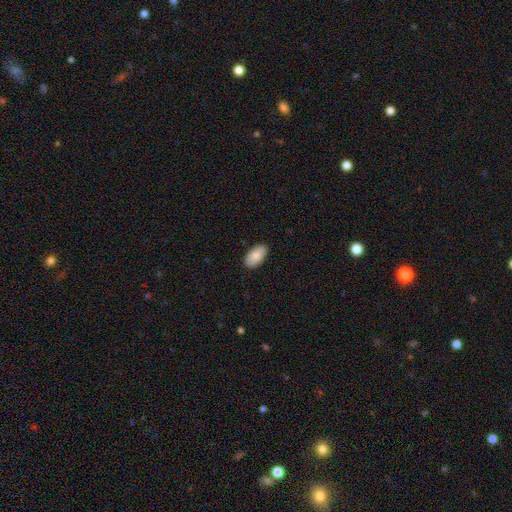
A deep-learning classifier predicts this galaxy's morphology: smooth 85%, featured or disk 9%, star or artifact 6%. Down the decision tree: how rounded — in between (96%); merging — none (88%).